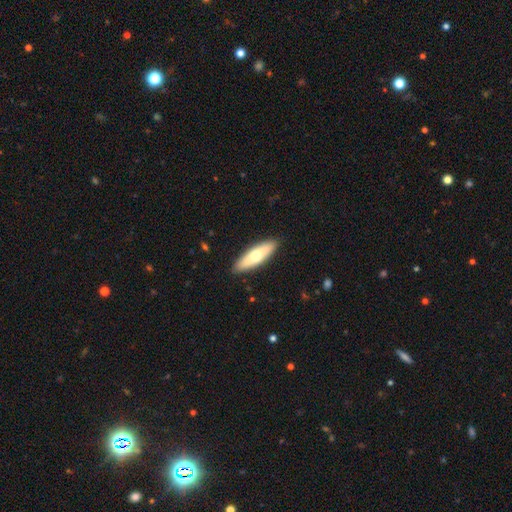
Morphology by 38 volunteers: Smooth or featured? smooth (55%)
How rounded? in between (57%)
Merging? none (83%)